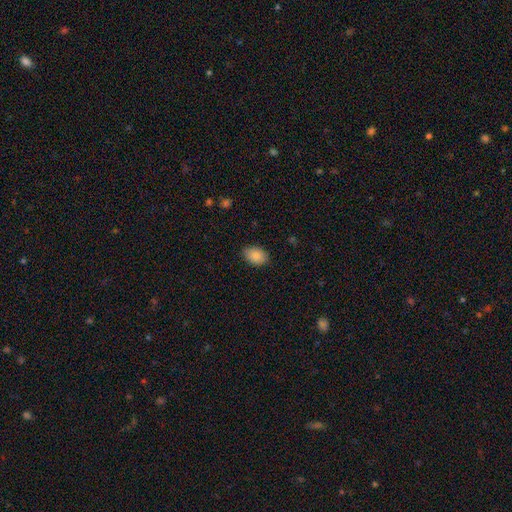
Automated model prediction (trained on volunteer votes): A smooth galaxy with no disk features (87%) that is in between round and cigar-shaped (82%). Merging: none (85%).